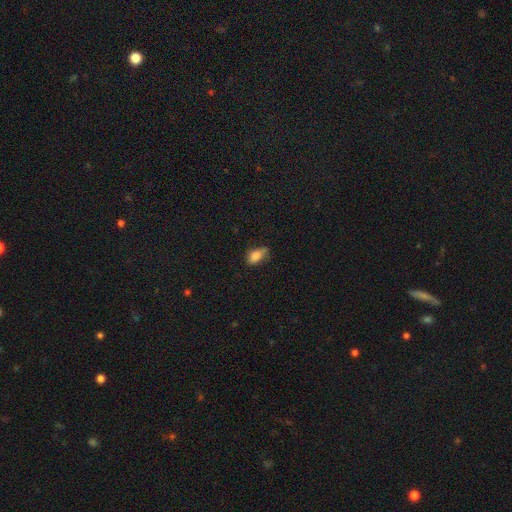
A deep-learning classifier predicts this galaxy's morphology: This is clearly a smooth galaxy (82%). How rounded: clearly in between (87%). Merging: possibly none (50%).